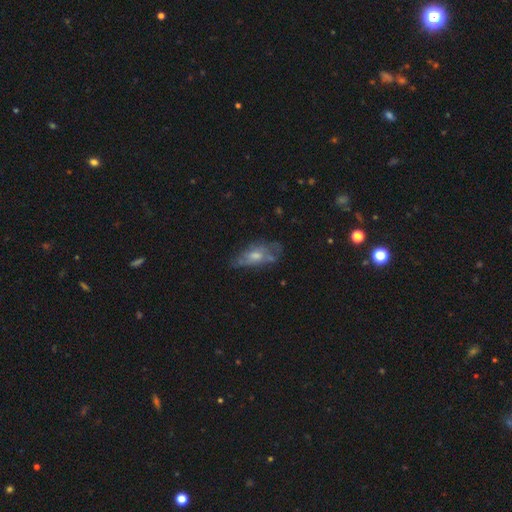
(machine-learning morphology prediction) Overall: featured or disk (47%; smooth 44%). Merging: none (47%; minor disturbance 29%).